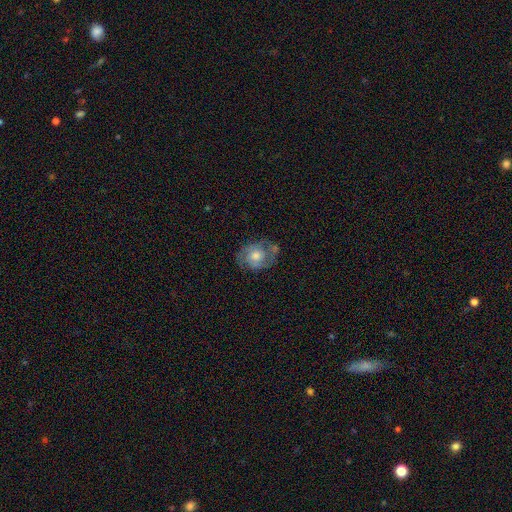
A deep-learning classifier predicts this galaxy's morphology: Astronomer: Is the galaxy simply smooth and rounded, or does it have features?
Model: featured or disk — 67%.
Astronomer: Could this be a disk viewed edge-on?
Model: no — 97%.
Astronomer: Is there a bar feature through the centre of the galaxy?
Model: no — 77%.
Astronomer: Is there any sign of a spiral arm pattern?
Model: yes — 83%.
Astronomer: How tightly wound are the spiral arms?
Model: tight — 48% (runner-up: medium, 39%).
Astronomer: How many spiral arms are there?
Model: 2 — 44% (runner-up: can't tell, 28%).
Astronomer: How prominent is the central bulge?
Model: moderate — 60%.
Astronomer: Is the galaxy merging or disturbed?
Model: none — 67%.